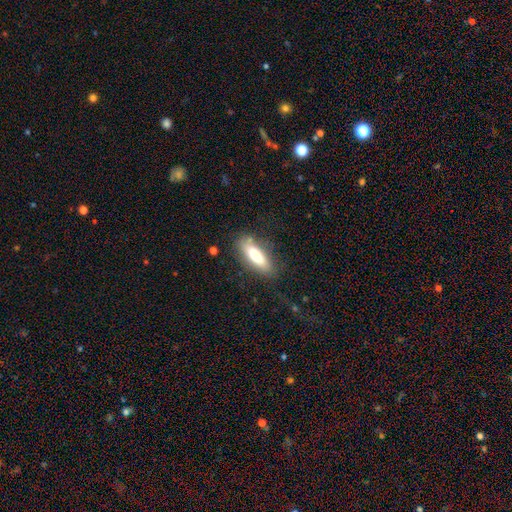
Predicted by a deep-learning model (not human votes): Morphology: type=smooth (69%); roundness=in between (53%); merging=none (77%).